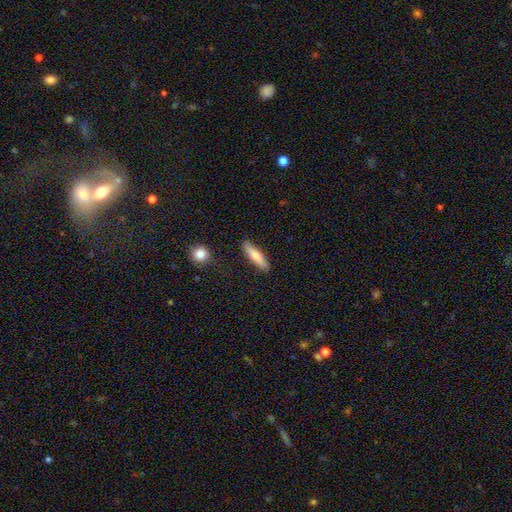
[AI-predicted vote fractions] The model was most divided on "how rounded": cigar-shaped: 75%, in between: 23%, round: 2%. More confident: merging — none (87%); smooth or featured — smooth (75%).